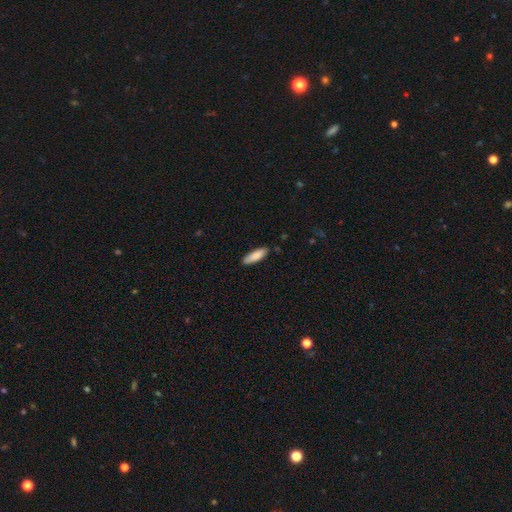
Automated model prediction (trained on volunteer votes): Morphology: type=smooth (86%); roundness=in between (50%); merging=none (83%).